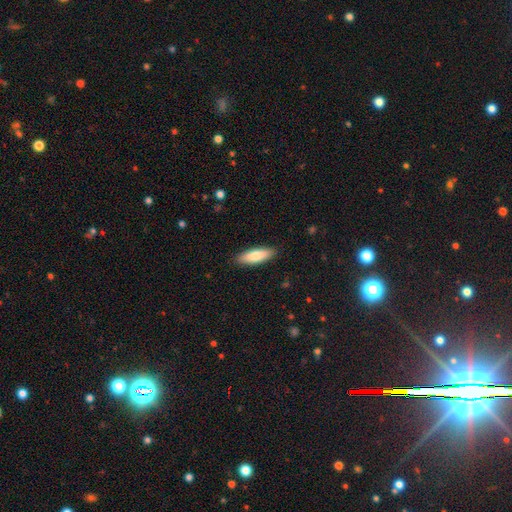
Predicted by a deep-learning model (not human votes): smooth-or-featured: smooth: 80% | featured or disk: 15% | star or artifact: 6%
  how-rounded: in between: 52% | cigar-shaped: 46% | round: 2%
  merging: none: 89% | minor disturbance: 8% | major disturbance: 2% | merger: 1%